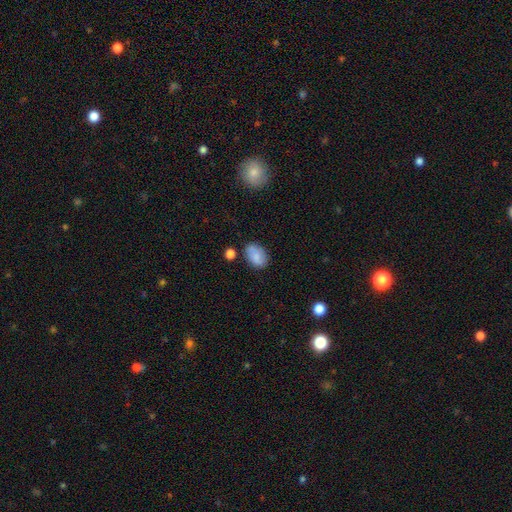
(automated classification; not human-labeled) Morphology: type=smooth (84%); roundness=in between (88%); merging=none (74%).